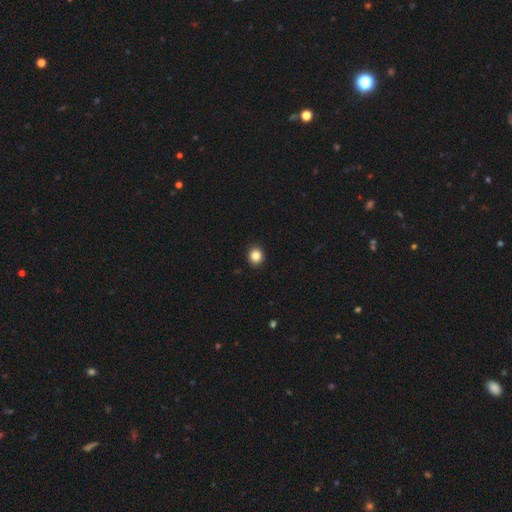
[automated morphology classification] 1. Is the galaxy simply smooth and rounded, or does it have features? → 85% smooth, 10% star or artifact, 4% featured or disk.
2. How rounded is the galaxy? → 83% round, 16% in between, 1% cigar-shaped.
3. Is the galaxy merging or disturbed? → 92% none, 5% minor disturbance, 2% major disturbance, 1% merger.